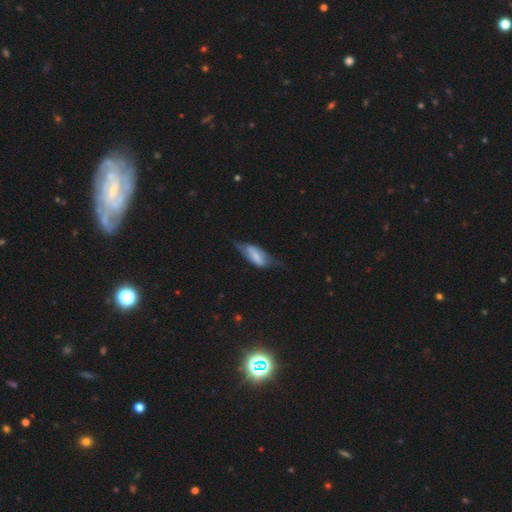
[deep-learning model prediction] Morphology: type=smooth (51%); roundness=in between (80%); merging=none (40%).